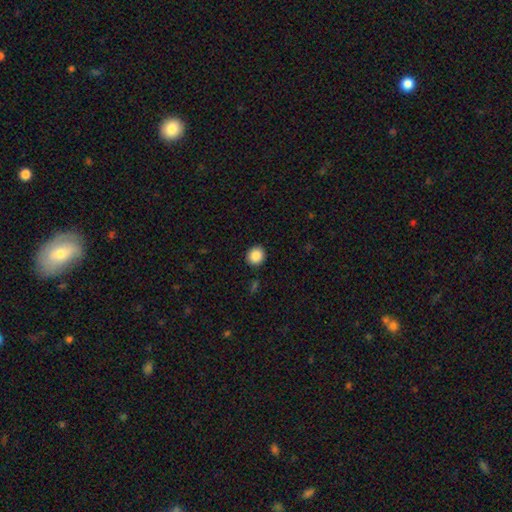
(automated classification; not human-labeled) This is clearly a smooth galaxy (88%). How rounded: clearly round (85%). Merging: clearly none (91%).